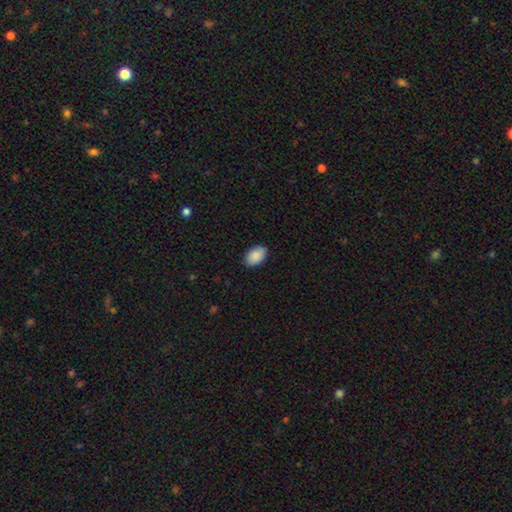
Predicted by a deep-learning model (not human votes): A smooth galaxy with no disk features (91%) that is in between round and cigar-shaped (92%). Merging: none (89%).